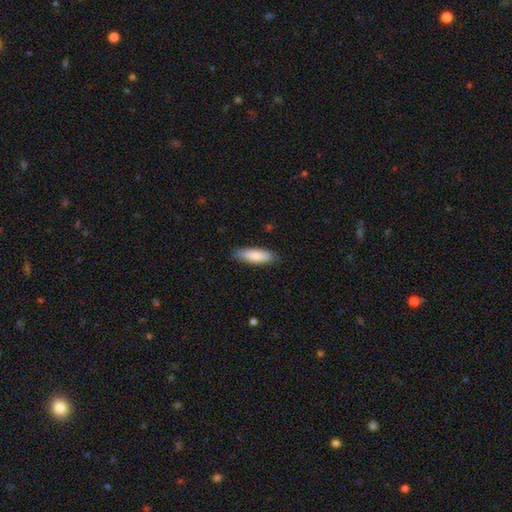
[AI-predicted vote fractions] smooth 85%, featured or disk 10%, star or artifact 5%. Down the decision tree: how rounded — in between (52%); merging — none (86%).